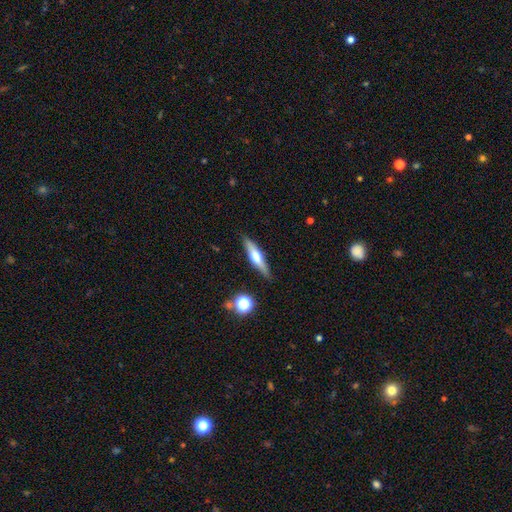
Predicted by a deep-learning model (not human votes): Smooth or featured? featured or disk (56%)
Edge-on disk? yes (94%)
Edge-on bulge? rounded (89%)
Merging? none (87%)